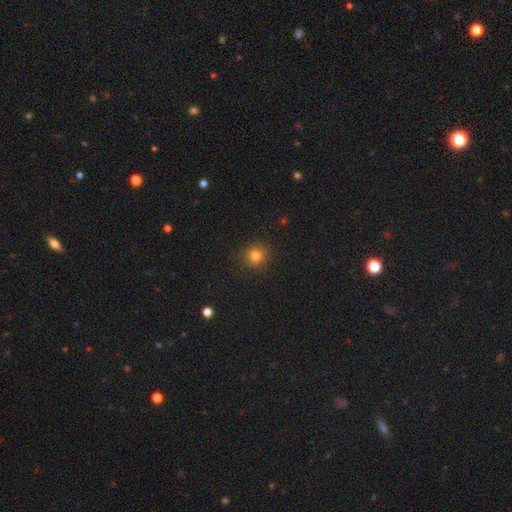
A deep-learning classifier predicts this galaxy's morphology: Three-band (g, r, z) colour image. It shows a smooth galaxy with no disk features (80%) that is round (93%). Merging: none (91%).